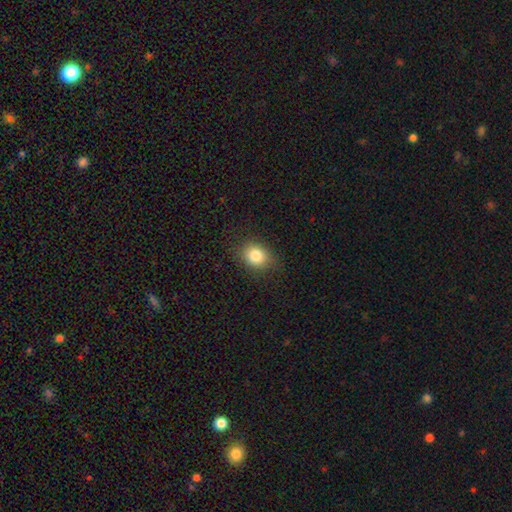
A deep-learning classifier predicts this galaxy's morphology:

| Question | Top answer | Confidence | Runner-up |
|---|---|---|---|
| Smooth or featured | smooth | 82% | star or artifact (11%) |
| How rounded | round | 51% | in between (48%) |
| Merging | none | 85% | minor disturbance (11%) |